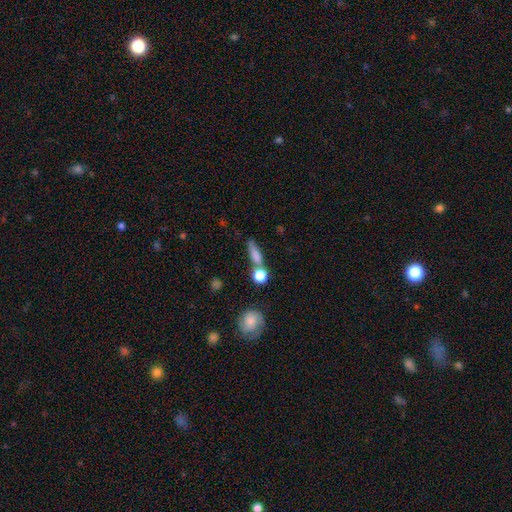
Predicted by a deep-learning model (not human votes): The model was most divided on "how rounded": cigar-shaped: 49%, in between: 32%, round: 19%. More confident: smooth or featured — smooth (74%); merging — none (54%).